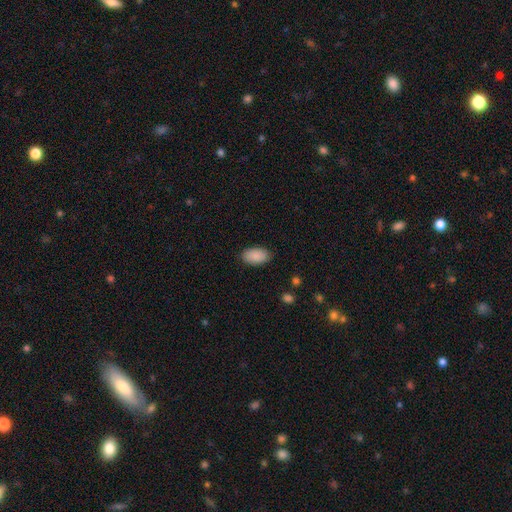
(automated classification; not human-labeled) Overall: smooth (90%). How rounded: in between (95%). Merging: none (87%).